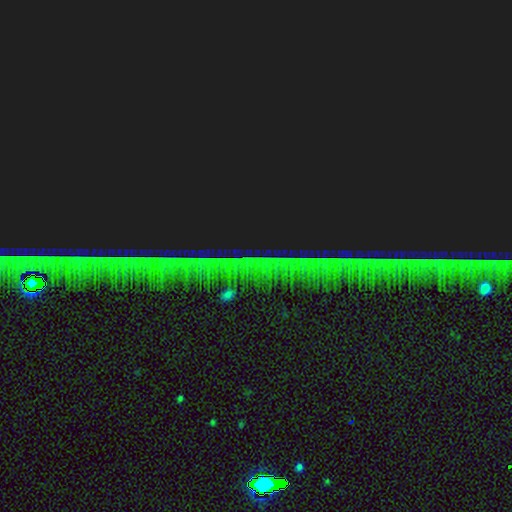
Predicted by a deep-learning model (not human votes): The model was most divided on "smooth or featured": star or artifact: 84%, smooth: 8%, featured or disk: 8%.